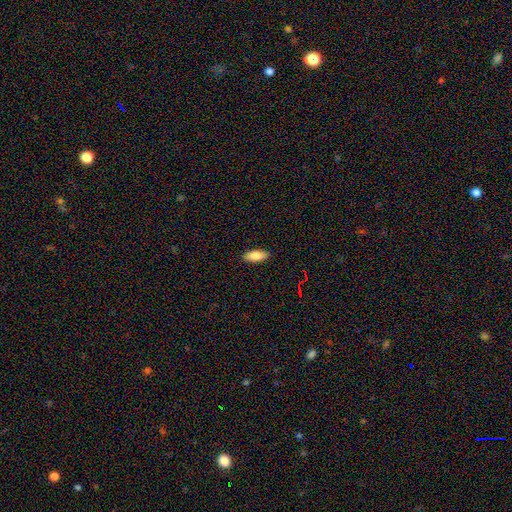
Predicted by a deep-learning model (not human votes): Morphology: type=smooth (82%); roundness=in between (79%); merging=none (89%).